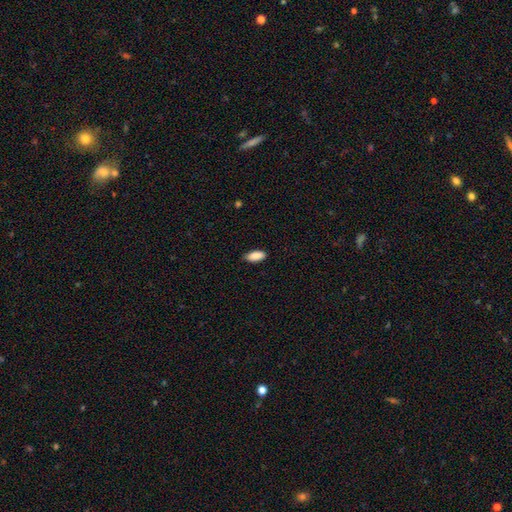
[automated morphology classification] Smooth or featured? smooth (89%)
How rounded? in between (87%)
Merging? none (83%)